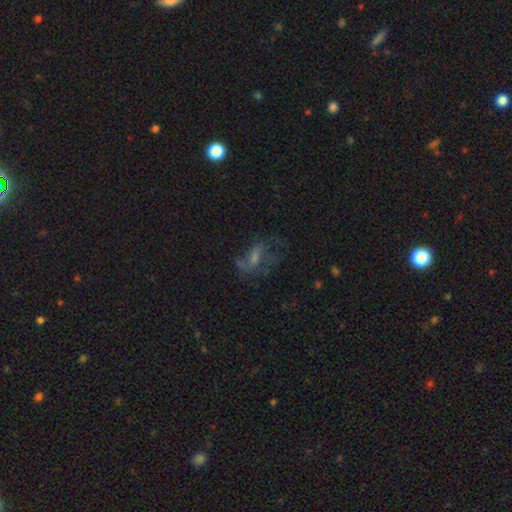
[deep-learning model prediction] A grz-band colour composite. It shows a featured or disk galaxy (52%). Merging: none (47%).